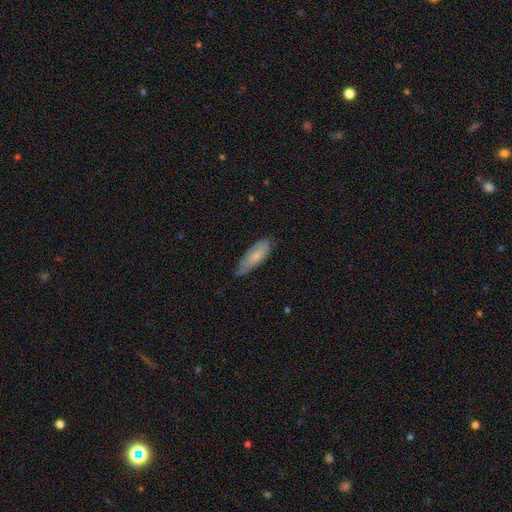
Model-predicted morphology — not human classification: Smooth or featured? Predicted: smooth (p=0.63). How rounded? Predicted: in between (p=0.62). Merging? Predicted: none (p=0.62).